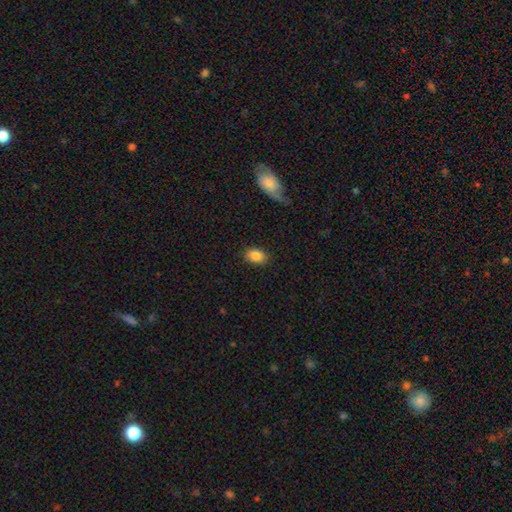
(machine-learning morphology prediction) This is clearly a smooth galaxy (86%). How rounded: clearly in between (83%). Merging: clearly none (87%).